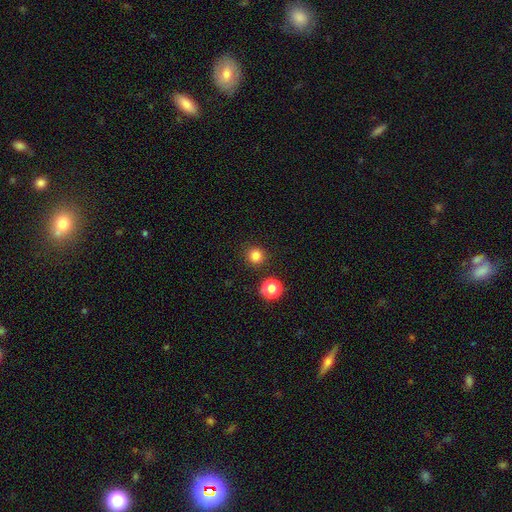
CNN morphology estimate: type=smooth (82%); roundness=round (95%); merging=none (89%).